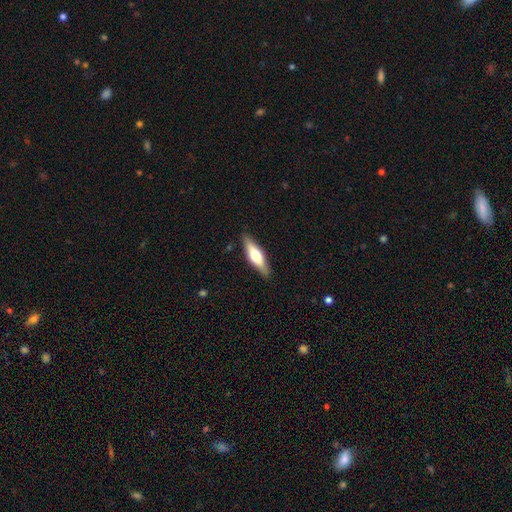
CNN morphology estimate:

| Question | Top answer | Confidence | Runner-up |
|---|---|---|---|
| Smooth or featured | featured or disk | 48% | smooth (46%) |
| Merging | none | 87% | minor disturbance (10%) |